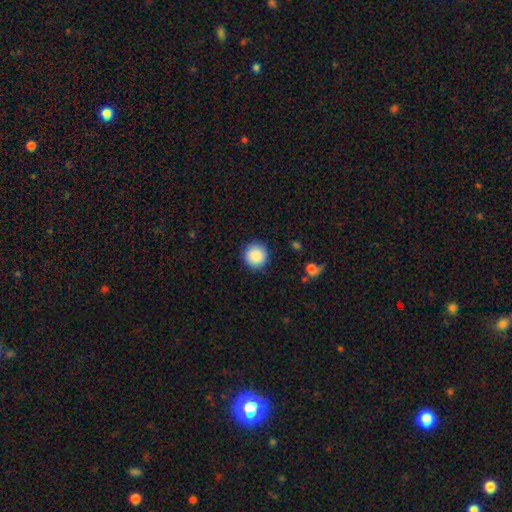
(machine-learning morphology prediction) A smooth galaxy with no disk features (88%) that is round (95%).

Vote fractions:
- Smooth or featured? smooth: 88% / star or artifact: 8% / featured or disk: 4%
- How rounded? round: 95% / in between: 4% / cigar-shaped: 1%
- Merging? none: 89% / minor disturbance: 8% / major disturbance: 2% / merger: 1%